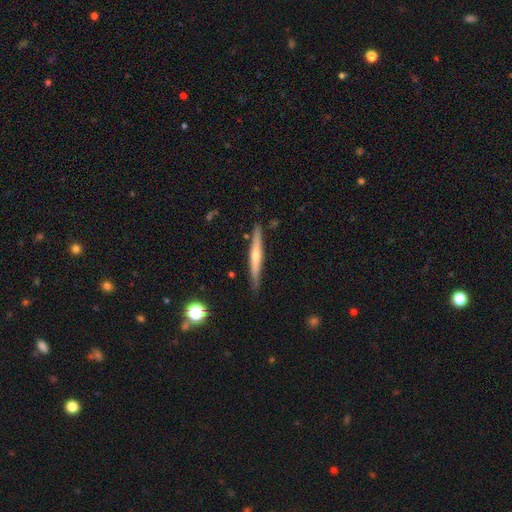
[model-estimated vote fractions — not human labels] smooth_or_featured: featured or disk (p=0.57) [alt: smooth p=0.37]
disk_edge_on: yes (p=0.97) [alt: no p=0.03]
edge_on_bulge: rounded (p=0.68) [alt: none p=0.26]
merging: none (p=0.87) [alt: minor disturbance p=0.10]